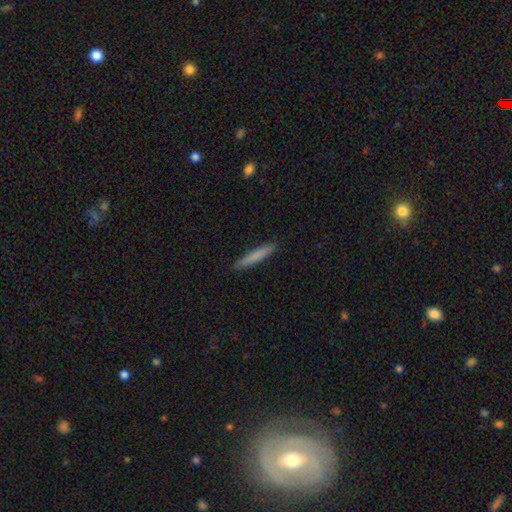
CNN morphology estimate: This is likely a smooth galaxy (78%). How rounded: clearly cigar-shaped (95%). Merging: clearly none (90%).